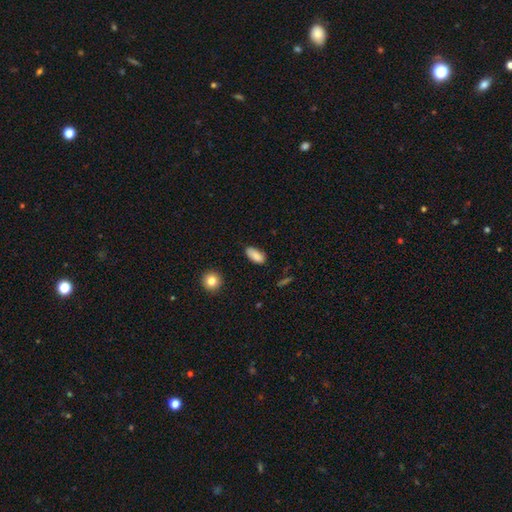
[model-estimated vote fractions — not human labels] This is clearly a smooth galaxy (85%). How rounded: clearly in between (89%). Merging: likely none (77%).